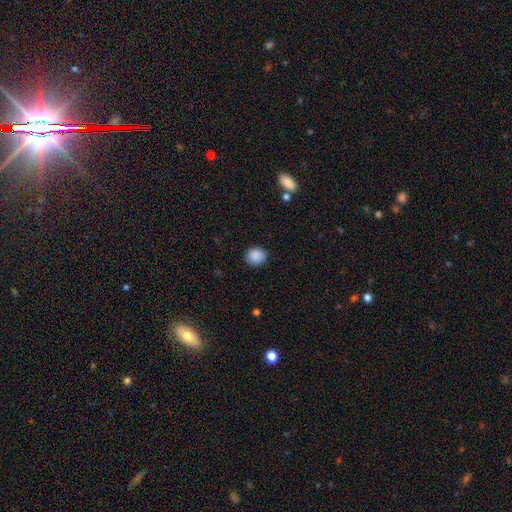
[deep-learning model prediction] The model was most divided on "how rounded": round: 78%, in between: 21%, cigar-shaped: 1%. More confident: smooth or featured — smooth (89%); merging — none (87%).